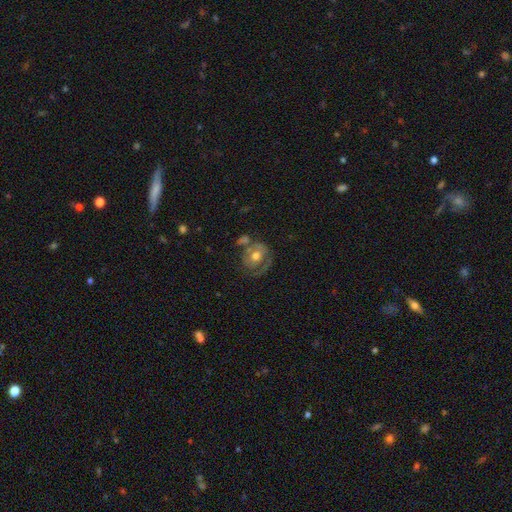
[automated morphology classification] Smooth or featured?
  - featured or disk: 59% *
  - smooth: 33%
  - star or artifact: 7%
Edge-on disk?
  - no: 97% *
  - yes: 3%
Bar?
  - no: 79% *
  - weak: 16%
  - strong: 4%
Spiral arms?
  - yes: 61% *
  - no: 39%
Bulge size?
  - moderate: 75% *
  - small: 13%
  - large: 10%
  - none: 1%
  - dominant: 1%
Merging?
  - none: 47% *
  - minor disturbance: 19%
  - merger: 17%
  - major disturbance: 16%